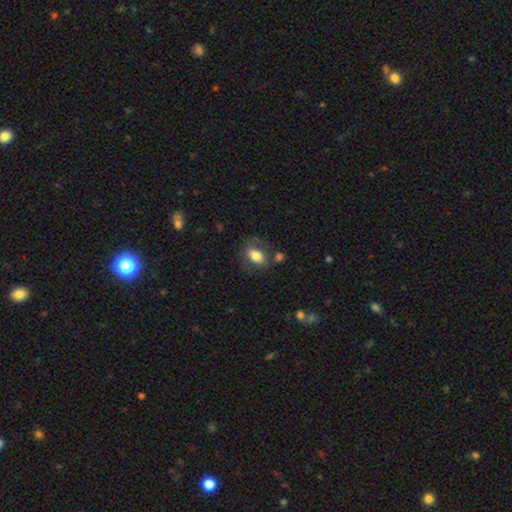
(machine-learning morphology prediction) smooth_or_featured: smooth (p=0.75) [alt: featured or disk p=0.18]
how_rounded: in between (p=0.81) [alt: round p=0.17]
merging: none (p=0.64) [alt: minor disturbance p=0.18]